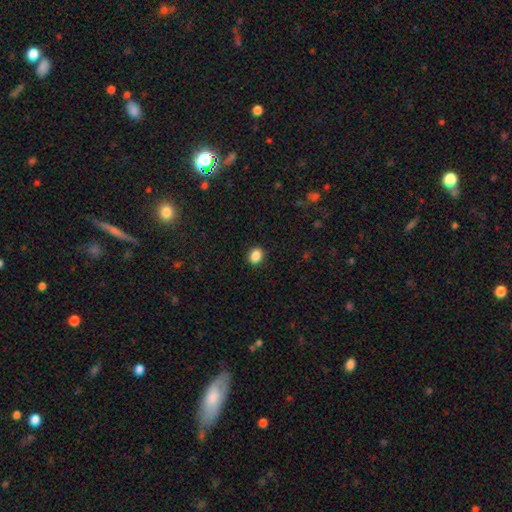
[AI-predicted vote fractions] smooth_or_featured: smooth (p=0.88) [alt: star or artifact p=0.09]
how_rounded: round (p=0.53) [alt: in between p=0.46]
merging: none (p=0.90) [alt: minor disturbance p=0.07]